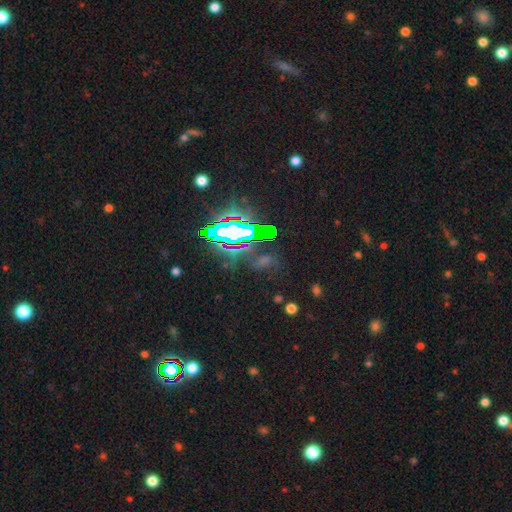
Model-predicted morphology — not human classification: A star or artifact, not a galaxy (73%).